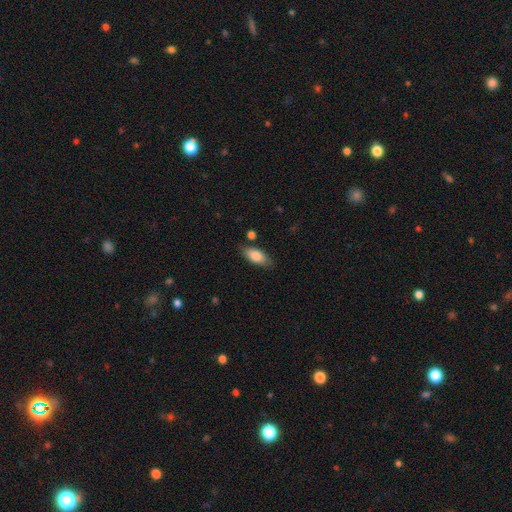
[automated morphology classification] Overall: smooth (81%). How rounded: in between (84%). Merging: none (80%).